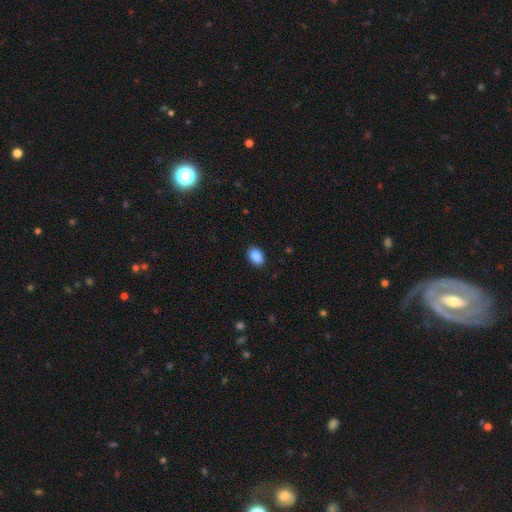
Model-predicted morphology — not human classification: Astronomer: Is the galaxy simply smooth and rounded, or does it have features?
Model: smooth — 88%.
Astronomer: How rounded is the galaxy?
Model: in between — 84%.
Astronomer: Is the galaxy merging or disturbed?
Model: none — 85%.